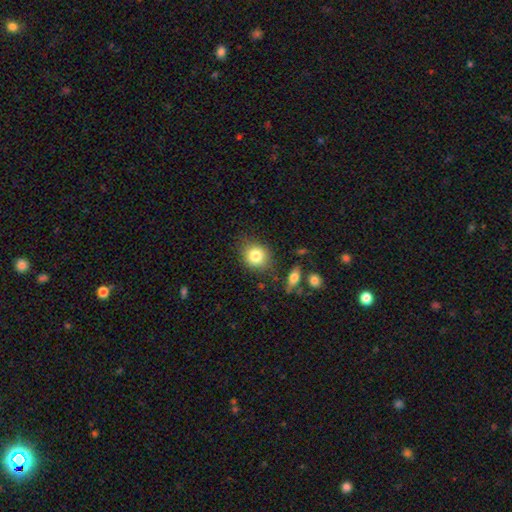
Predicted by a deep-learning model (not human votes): This is clearly a smooth galaxy (83%). How rounded: likely round (75%). Merging: likely none (79%).